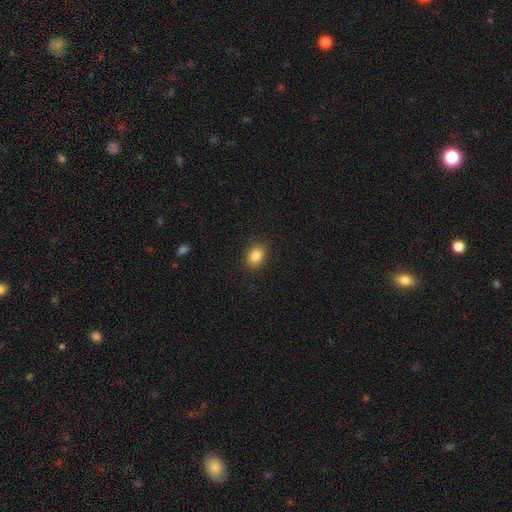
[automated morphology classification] This is clearly a smooth galaxy (85%). How rounded: possibly in between (60%). Merging: clearly none (89%).